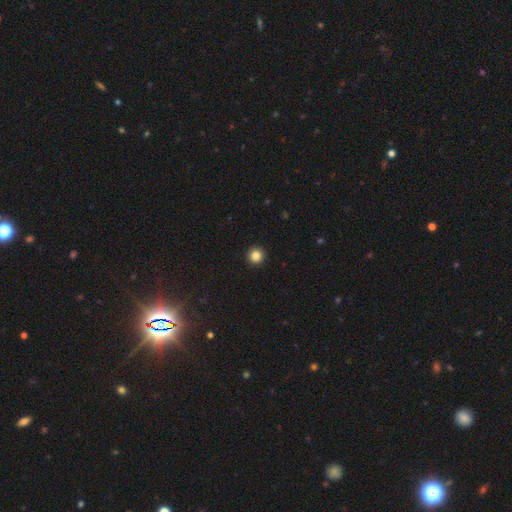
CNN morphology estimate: smooth 85%, star or artifact 11%, featured or disk 4%. Down the decision tree: how rounded — round (96%); merging — none (94%).